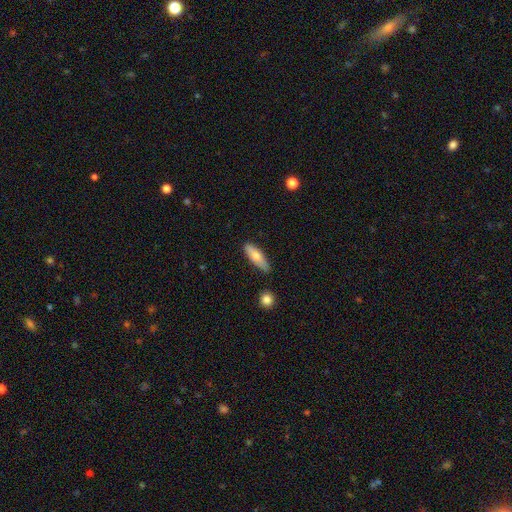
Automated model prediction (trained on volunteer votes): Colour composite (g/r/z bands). It shows a smooth galaxy with no disk features (67%) that is cigar-shaped (52%). Merging: none (80%).